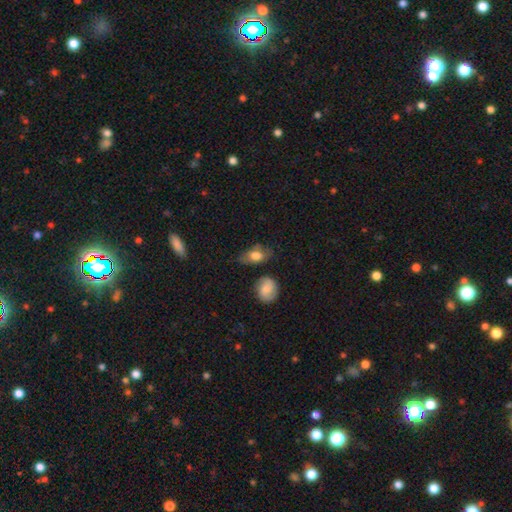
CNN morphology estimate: Q: Smooth or featured?
A: smooth (72%); runner-up: featured or disk (21%)
Q: How rounded?
A: in between (85%); runner-up: round (10%)
Q: Merging?
A: none (59%); runner-up: minor disturbance (27%)